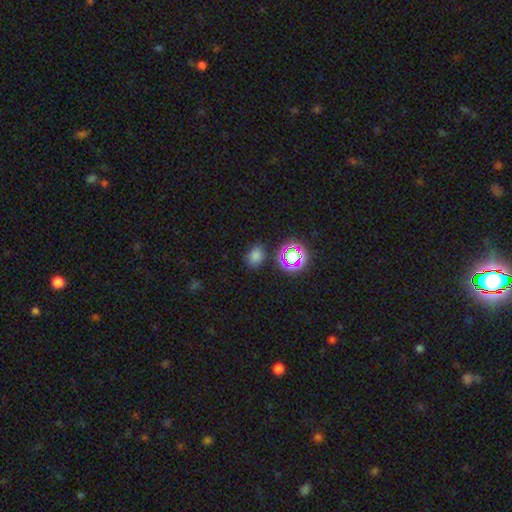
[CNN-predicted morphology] type=smooth (69%); roundness=in between (55%); merging=none (81%).